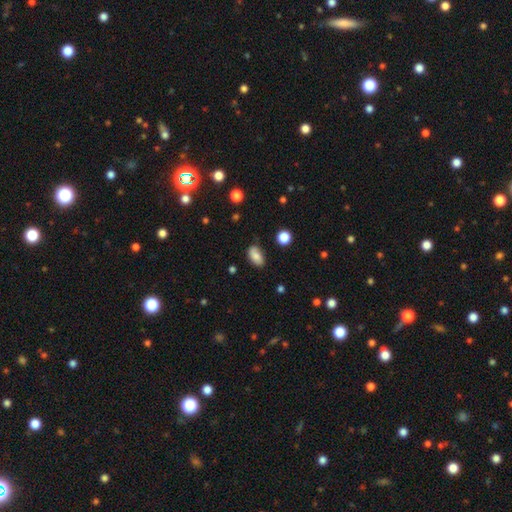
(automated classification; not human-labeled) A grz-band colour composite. It shows a smooth galaxy with no disk features (81%) that is in between round and cigar-shaped (91%). Merging: none (75%).